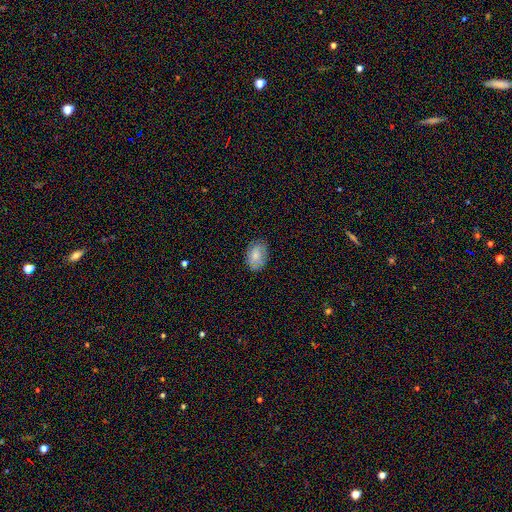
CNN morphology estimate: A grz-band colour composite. It shows a smooth galaxy with no disk features (66%) that is in between round and cigar-shaped (77%). Merging: none (77%).